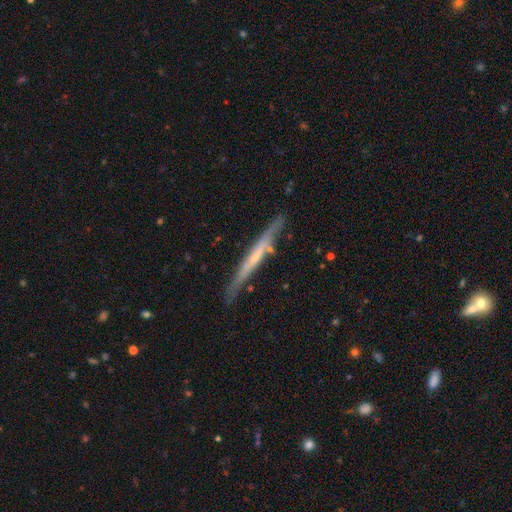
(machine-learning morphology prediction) smooth_or_featured: featured or disk (p=0.69) [alt: smooth p=0.25]
disk_edge_on: yes (p=0.94) [alt: no p=0.06]
edge_on_bulge: none (p=0.59) [alt: rounded p=0.34]
merging: none (p=0.81) [alt: minor disturbance p=0.14]